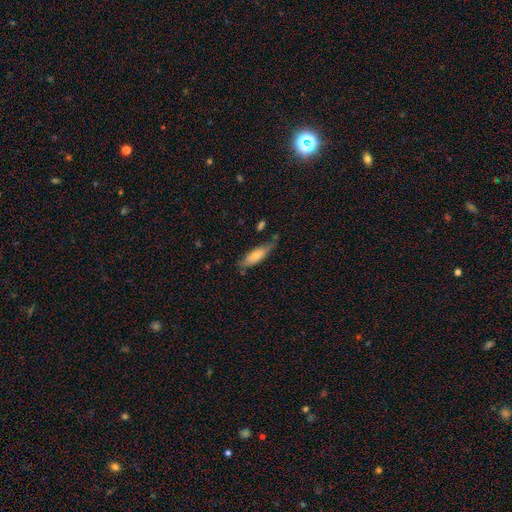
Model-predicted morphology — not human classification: Smooth or featured? Predicted: smooth (p=0.68). How rounded? Predicted: in between (p=0.52). Merging? Predicted: none (p=0.58).